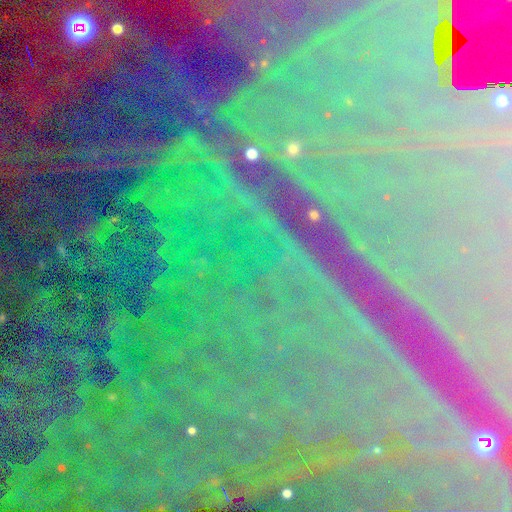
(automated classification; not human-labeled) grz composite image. It shows a star or artifact, not a galaxy (86%).